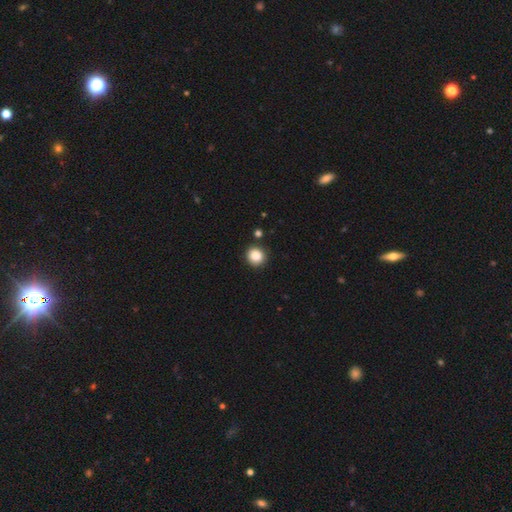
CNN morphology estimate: Smooth or featured? Predicted: smooth (p=0.87). How rounded? Predicted: round (p=0.88). Merging? Predicted: none (p=0.88).